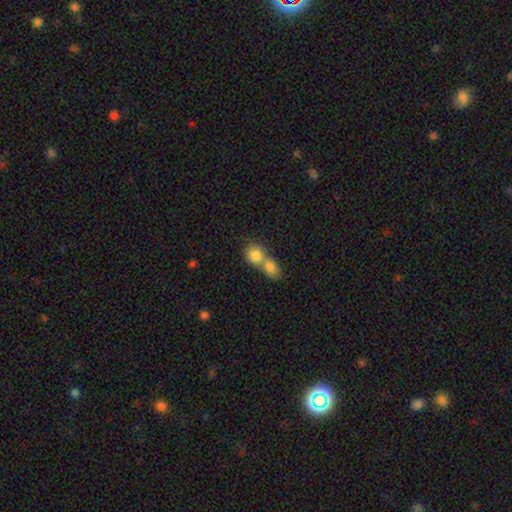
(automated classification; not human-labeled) This appears to be a smooth galaxy with no disk features (81%) that is round (65%). Merging: merger (71%).